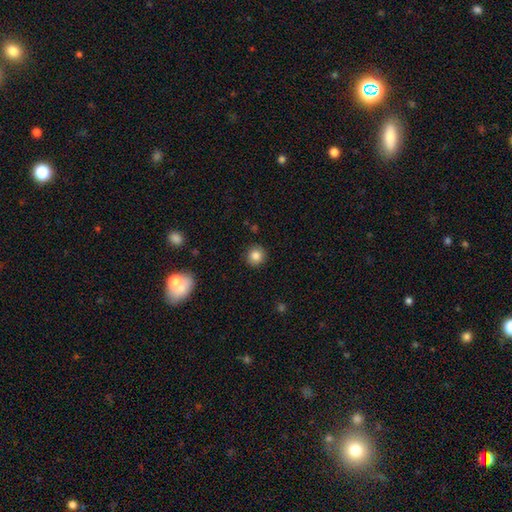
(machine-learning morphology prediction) Smooth or featured? Predicted: smooth (p=0.84). How rounded? Predicted: round (p=0.92). Merging? Predicted: none (p=0.90).